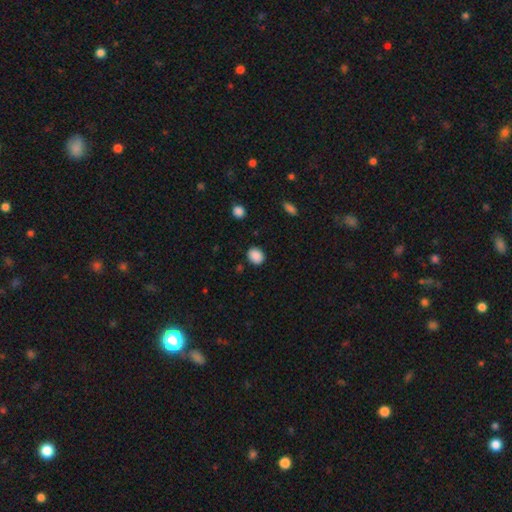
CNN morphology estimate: Smooth or featured? Predicted: smooth (p=0.88). How rounded? Predicted: round (p=0.65). Merging? Predicted: none (p=0.87).